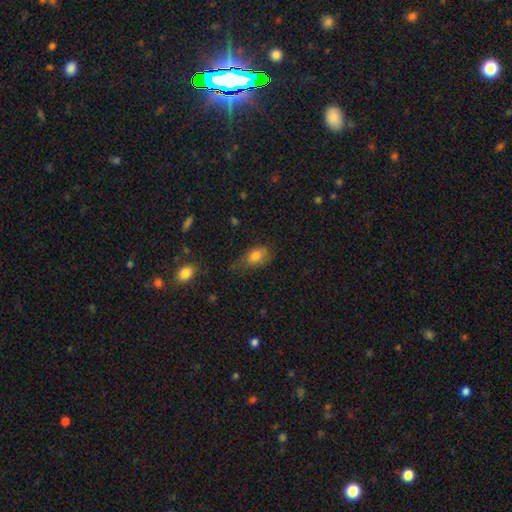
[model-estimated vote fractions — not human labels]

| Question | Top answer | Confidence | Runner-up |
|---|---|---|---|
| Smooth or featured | smooth | 78% | featured or disk (13%) |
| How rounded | in between | 85% | round (12%) |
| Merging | none | 47% | minor disturbance (35%) |